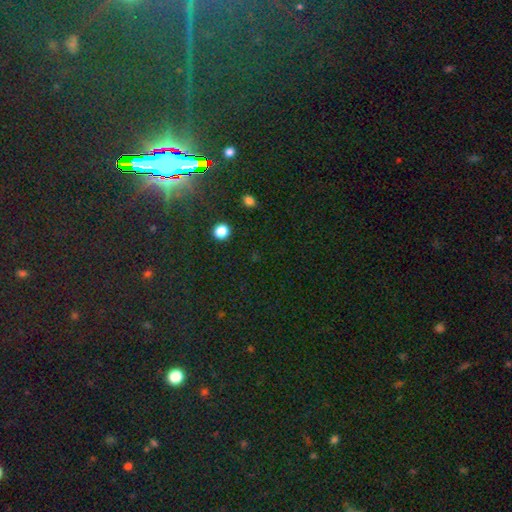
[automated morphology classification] star or artifact 83%, smooth 9%, featured or disk 8%.